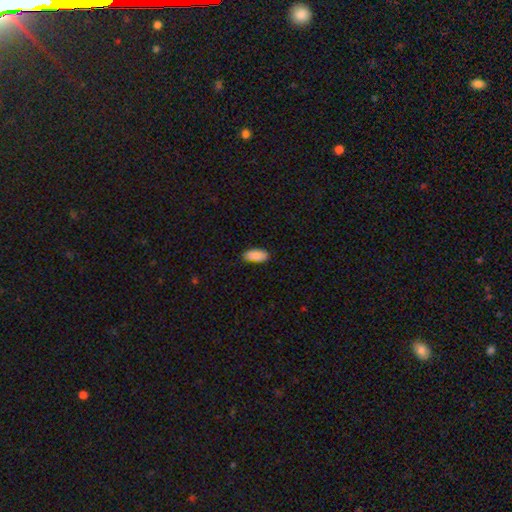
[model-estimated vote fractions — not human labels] smooth_or_featured: smooth (p=0.89) [alt: star or artifact p=0.07]
how_rounded: in between (p=0.90) [alt: cigar-shaped p=0.08]
merging: none (p=0.80) [alt: minor disturbance p=0.16]